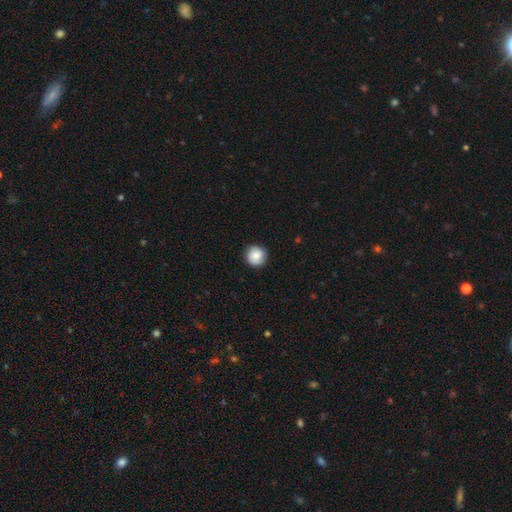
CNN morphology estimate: Q: Smooth or featured?
A: smooth (82%); runner-up: featured or disk (11%)
Q: How rounded?
A: round (94%); runner-up: in between (5%)
Q: Merging?
A: none (87%); runner-up: minor disturbance (10%)